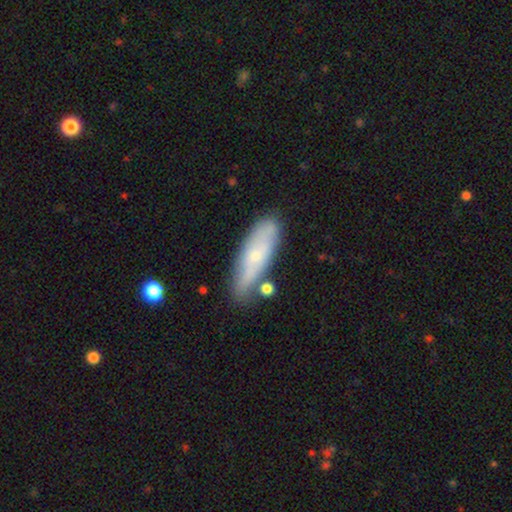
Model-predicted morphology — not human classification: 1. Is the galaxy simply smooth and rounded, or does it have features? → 56% smooth, 38% featured or disk, 7% star or artifact.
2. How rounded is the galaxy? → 50% in between, 48% cigar-shaped, 2% round.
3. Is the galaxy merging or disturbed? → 68% none, 20% minor disturbance, 7% merger, 5% major disturbance.